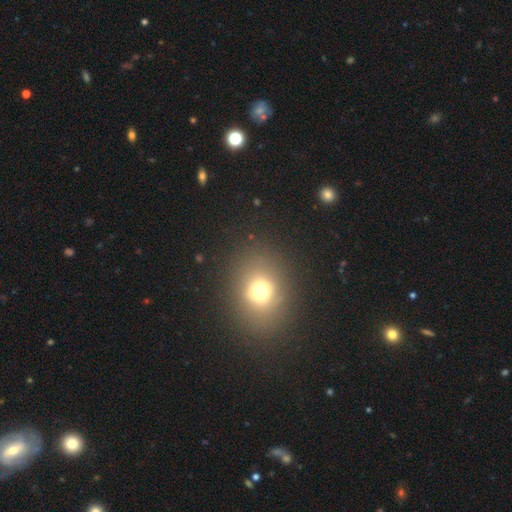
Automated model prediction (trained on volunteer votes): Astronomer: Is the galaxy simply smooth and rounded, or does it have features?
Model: smooth — 70%.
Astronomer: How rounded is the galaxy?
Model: round — 54% (runner-up: in between, 45%).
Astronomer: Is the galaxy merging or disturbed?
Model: none — 90%.